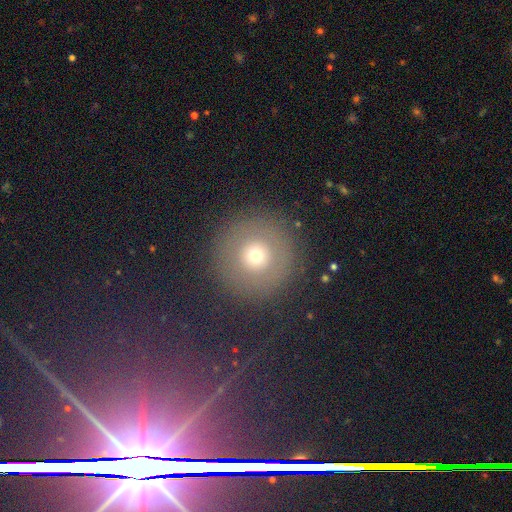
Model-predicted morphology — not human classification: smooth 63%, featured or disk 22%, star or artifact 15%. Down the decision tree: how rounded — round (96%); merging — none (86%).